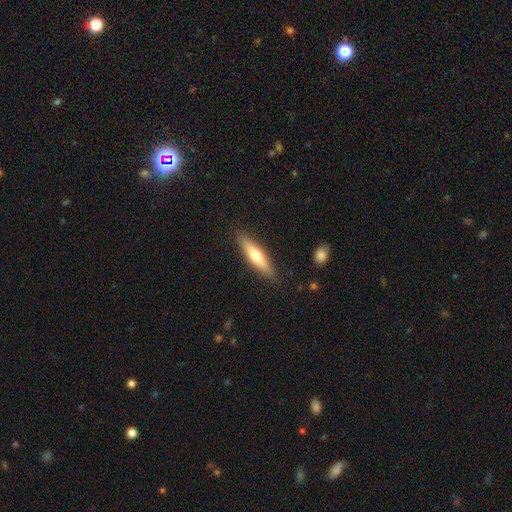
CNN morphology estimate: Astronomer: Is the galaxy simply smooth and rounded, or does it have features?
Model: smooth — 56% (runner-up: featured or disk, 38%).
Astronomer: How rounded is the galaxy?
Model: cigar-shaped — 79%.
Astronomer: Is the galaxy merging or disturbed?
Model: none — 88%.